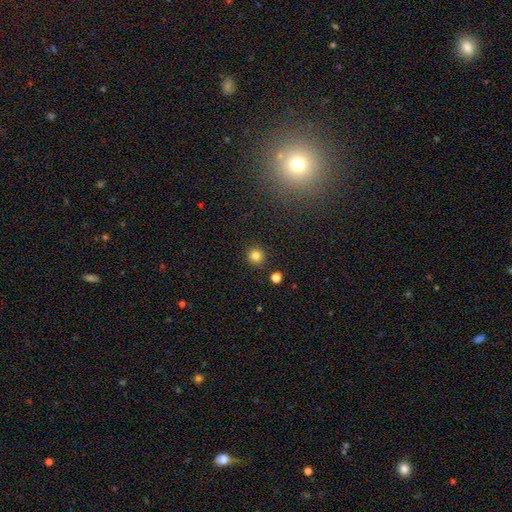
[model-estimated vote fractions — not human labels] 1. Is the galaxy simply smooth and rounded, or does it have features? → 82% smooth, 13% star or artifact, 5% featured or disk.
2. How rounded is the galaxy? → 93% round, 6% in between, 1% cigar-shaped.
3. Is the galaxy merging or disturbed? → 89% none, 6% minor disturbance, 2% merger, 2% major disturbance.